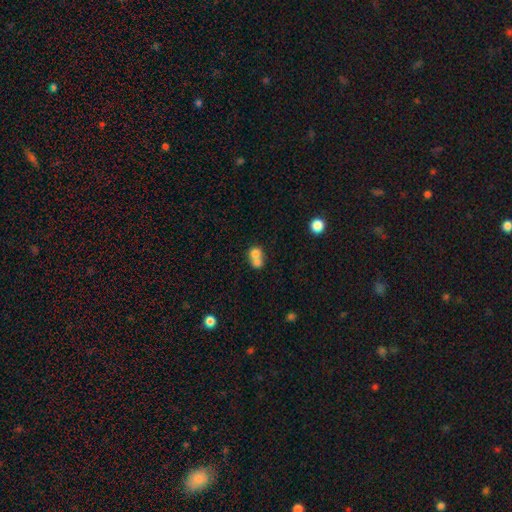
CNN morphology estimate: type=smooth (72%); roundness=round (65%); merging=merger (68%).